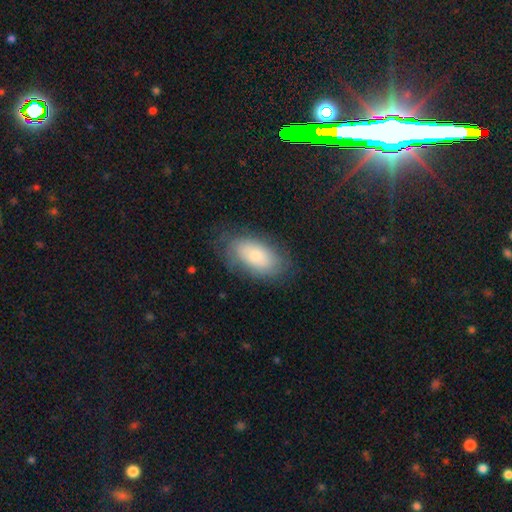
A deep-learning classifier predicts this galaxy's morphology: Smooth or featured?
  - smooth: 67% *
  - featured or disk: 25%
  - star or artifact: 8%
How rounded?
  - in between: 93% *
  - round: 4%
  - cigar-shaped: 3%
Merging?
  - none: 73% *
  - minor disturbance: 18%
  - major disturbance: 8%
  - merger: 1%